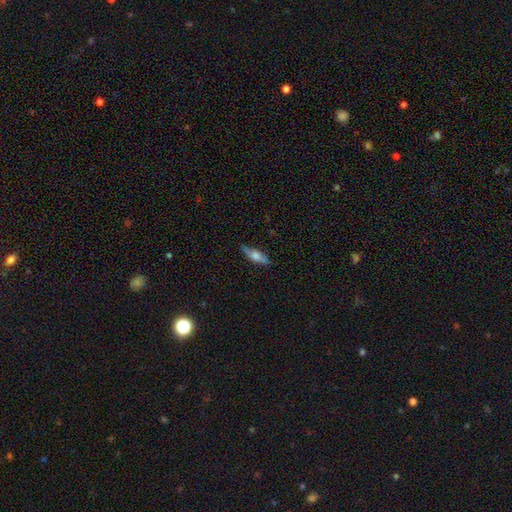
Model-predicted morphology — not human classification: smooth_or_featured: smooth (p=0.51) [alt: featured or disk p=0.43]
how_rounded: cigar-shaped (p=0.54) [alt: in between p=0.44]
merging: none (p=0.80) [alt: minor disturbance p=0.15]